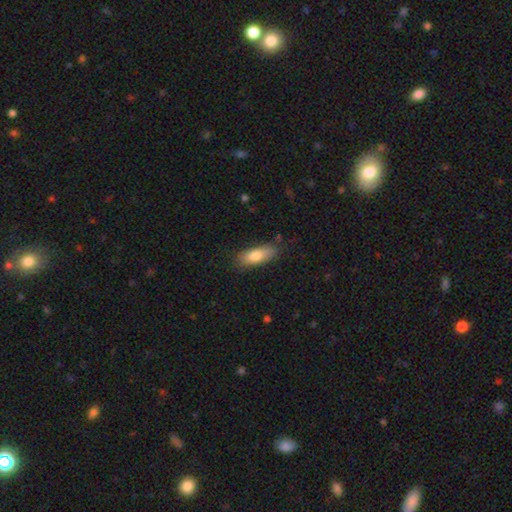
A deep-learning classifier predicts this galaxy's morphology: smooth_or_featured: smooth (p=0.79) [alt: featured or disk p=0.14]
how_rounded: in between (p=0.69) [alt: cigar-shaped p=0.29]
merging: none (p=0.80) [alt: minor disturbance p=0.15]